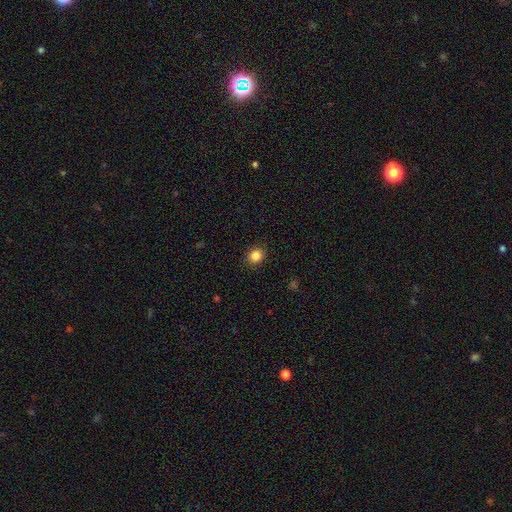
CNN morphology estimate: Smooth or featured?
  - smooth: 85% *
  - star or artifact: 11%
  - featured or disk: 4%
How rounded?
  - round: 79% *
  - in between: 20%
  - cigar-shaped: 1%
Merging?
  - none: 90% *
  - minor disturbance: 7%
  - major disturbance: 2%
  - merger: 1%